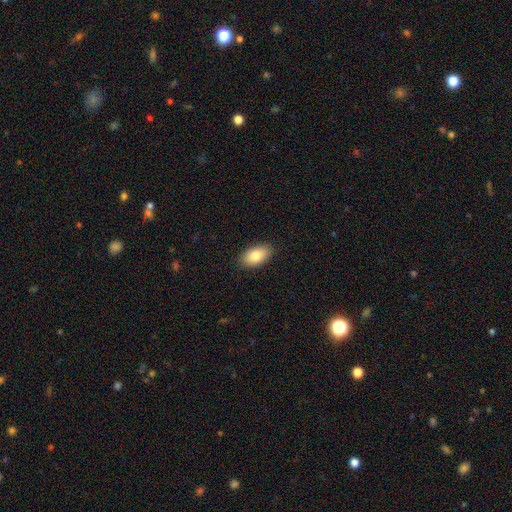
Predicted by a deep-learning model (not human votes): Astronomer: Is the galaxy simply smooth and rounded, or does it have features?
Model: smooth — 82%.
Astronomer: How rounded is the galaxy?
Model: in between — 94%.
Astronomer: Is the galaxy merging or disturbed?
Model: none — 89%.